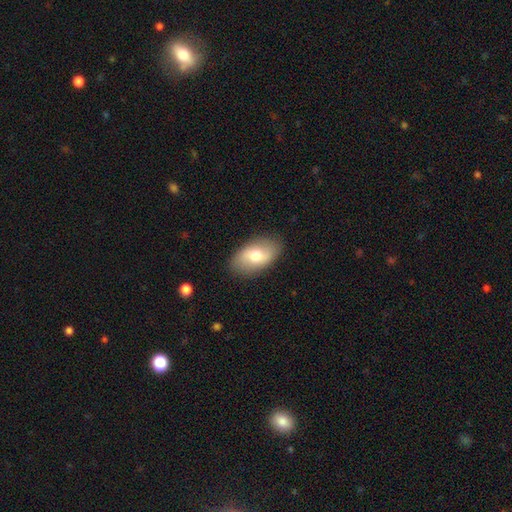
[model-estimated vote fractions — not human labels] This appears to be a smooth galaxy with no disk features (62%) that is in between round and cigar-shaped (93%). Merging: none (86%).